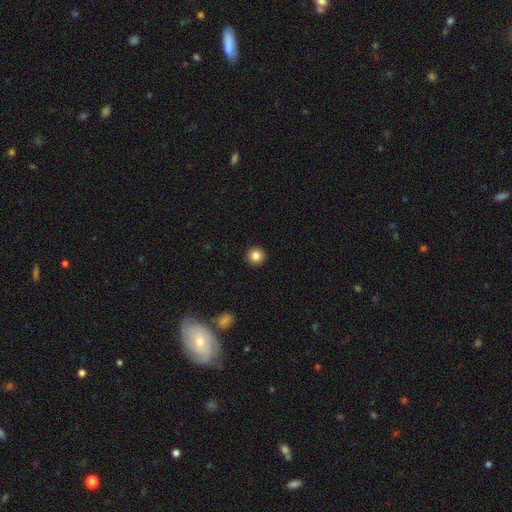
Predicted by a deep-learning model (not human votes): smooth 84%, star or artifact 10%, featured or disk 6%. Down the decision tree: how rounded — round (95%); merging — none (93%).